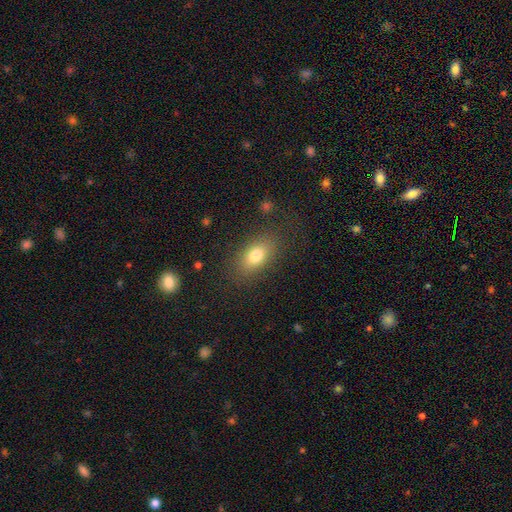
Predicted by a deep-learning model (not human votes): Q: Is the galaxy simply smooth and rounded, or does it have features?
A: smooth — 78%.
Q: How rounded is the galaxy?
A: in between — 85%.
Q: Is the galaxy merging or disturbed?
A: none — 83%.